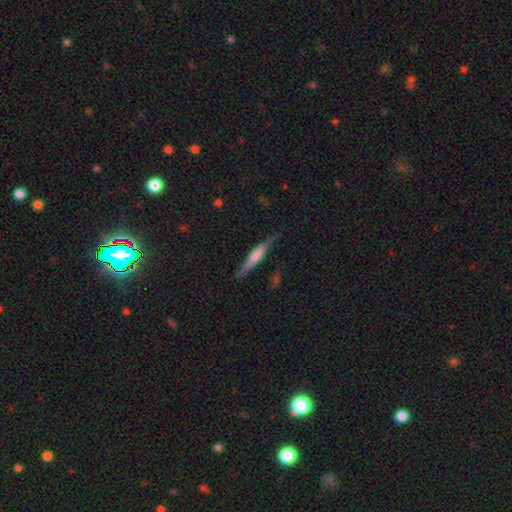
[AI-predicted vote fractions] A featured or disk galaxy (58%) viewed edge-on (95%) with a rounded central bulge (47%).

Vote fractions:
- Smooth or featured? featured or disk: 58% / smooth: 34% / star or artifact: 7%
- Edge-on disk? yes: 95% / no: 5%
- Edge-on bulge? rounded: 47% / boxy: 32% / none: 22%
- Merging? none: 78% / minor disturbance: 16% / major disturbance: 4% / merger: 2%